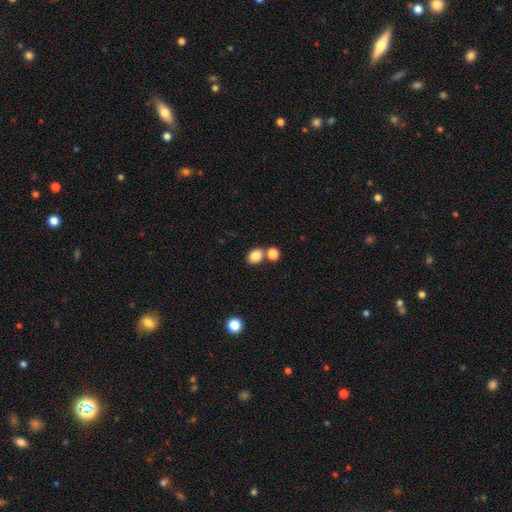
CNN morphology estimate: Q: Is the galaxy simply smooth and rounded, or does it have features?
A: smooth — 85%.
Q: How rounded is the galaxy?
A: in between — 56%.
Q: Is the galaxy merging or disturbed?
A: none — 64%.